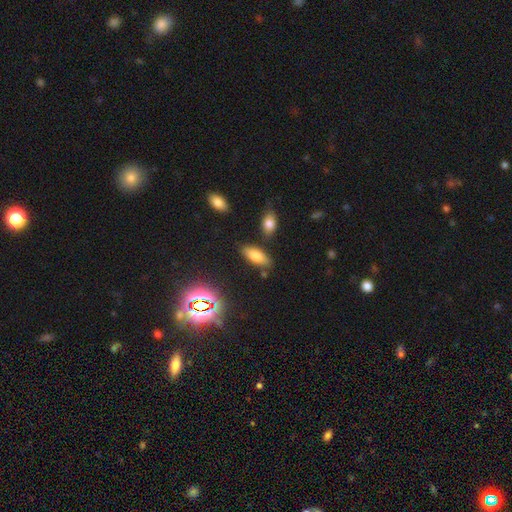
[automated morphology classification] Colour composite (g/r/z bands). It shows a smooth galaxy with no disk features (75%) that is in between round and cigar-shaped (82%). Merging: none (78%).